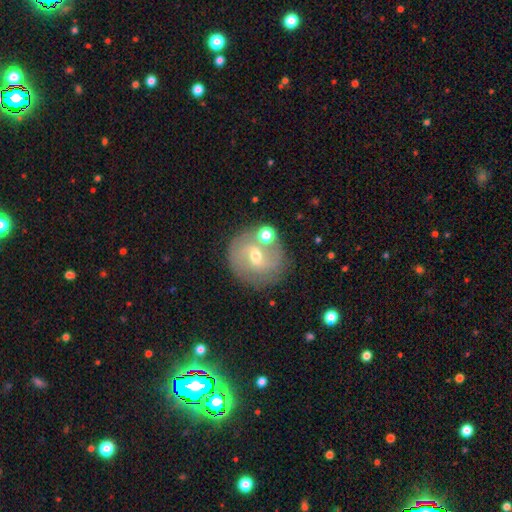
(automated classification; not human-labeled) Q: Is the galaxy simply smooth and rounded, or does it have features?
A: featured or disk — 63%.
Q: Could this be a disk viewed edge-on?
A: no — 96%.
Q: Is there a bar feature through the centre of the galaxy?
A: weak — 49%.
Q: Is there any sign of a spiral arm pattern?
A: yes — 78%.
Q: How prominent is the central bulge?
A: moderate — 52%.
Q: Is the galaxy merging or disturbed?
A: none — 74%.